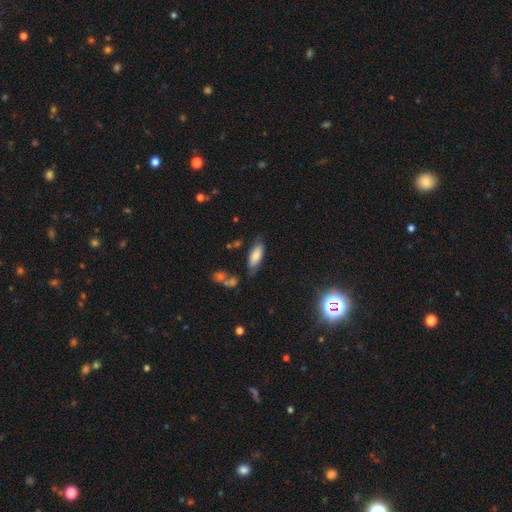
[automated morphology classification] A smooth galaxy with no disk features (78%) that is in between round and cigar-shaped (74%).

Vote fractions:
- Smooth or featured? smooth: 78% / featured or disk: 15% / star or artifact: 7%
- How rounded? in between: 74% / cigar-shaped: 24% / round: 2%
- Merging? none: 67% / minor disturbance: 22% / major disturbance: 6% / merger: 5%